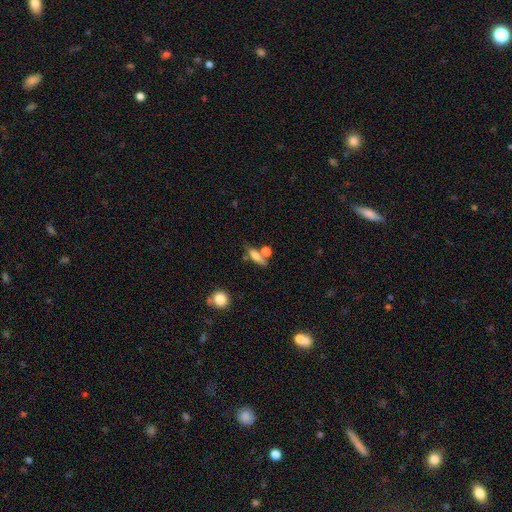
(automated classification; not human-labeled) This appears to be a smooth galaxy with no disk features (69%) that is cigar-shaped (49%). Merging: none (53%).